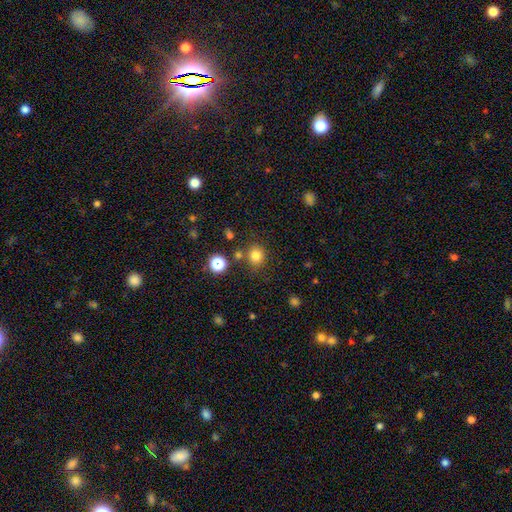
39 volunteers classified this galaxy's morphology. smooth 82%, star or artifact 10%, featured or disk 8%. Down the decision tree: how rounded — round (75%); merging — none (77%).